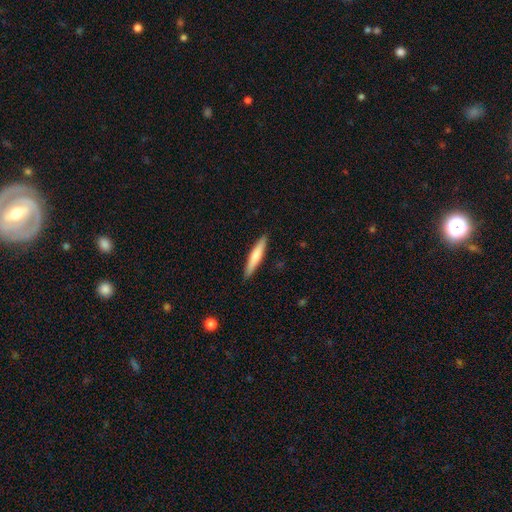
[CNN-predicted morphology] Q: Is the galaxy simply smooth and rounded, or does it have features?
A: smooth — 69%.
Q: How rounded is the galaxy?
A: cigar-shaped — 91%.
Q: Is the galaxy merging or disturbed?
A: none — 90%.